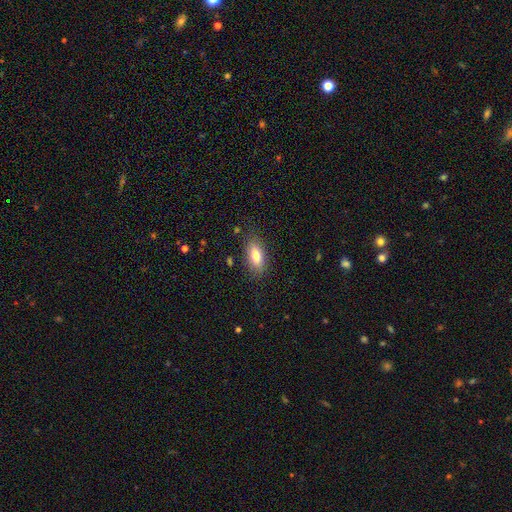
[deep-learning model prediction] Smooth or featured? Predicted: smooth (p=0.76). How rounded? Predicted: in between (p=0.82). Merging? Predicted: none (p=0.82).